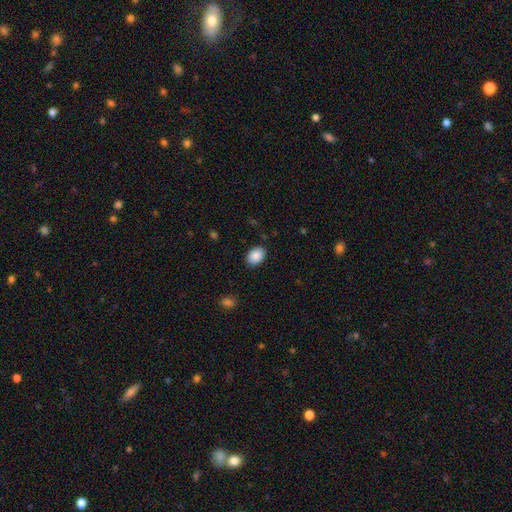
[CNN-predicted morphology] Smooth or featured? Predicted: smooth (p=0.88). How rounded? Predicted: in between (p=0.75). Merging? Predicted: none (p=0.87).